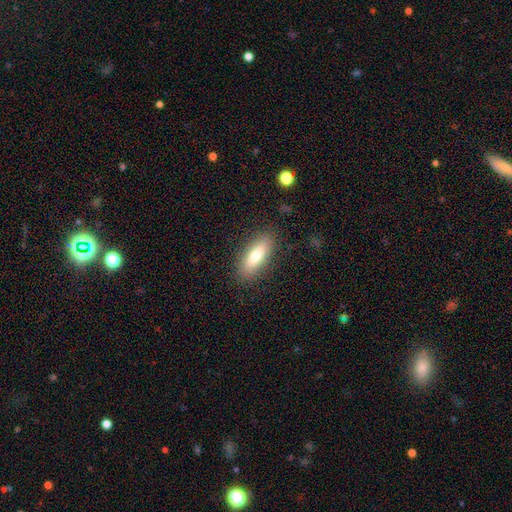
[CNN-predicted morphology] Overall: smooth (77%). How rounded: in between (63%; cigar-shaped 35%). Merging: none (87%).